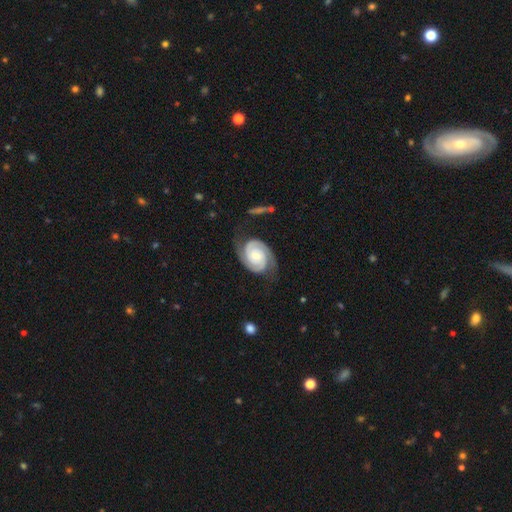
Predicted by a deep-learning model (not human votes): Q: Smooth or featured?
A: featured or disk (89%); runner-up: smooth (7%)
Q: Edge-on disk?
A: no (98%); runner-up: yes (2%)
Q: Bar?
A: no (65%); runner-up: weak (26%)
Q: Spiral arms?
A: yes (98%); runner-up: no (2%)
Q: Spiral winding?
A: tight (60%); runner-up: medium (32%)
Q: Spiral arm count?
A: 2 (92%); runner-up: can't tell (3%)
Q: Bulge size?
A: small (46%); runner-up: moderate (40%)
Q: Merging?
A: none (74%); runner-up: minor disturbance (17%)